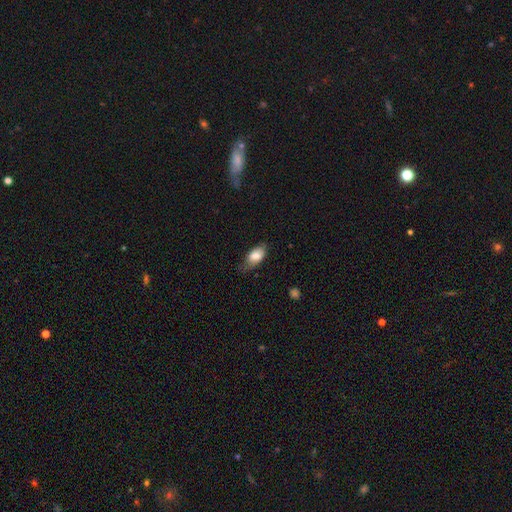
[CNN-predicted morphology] smooth 78%, featured or disk 15%, star or artifact 7%. Down the decision tree: how rounded — in between (89%); merging — none (53%).